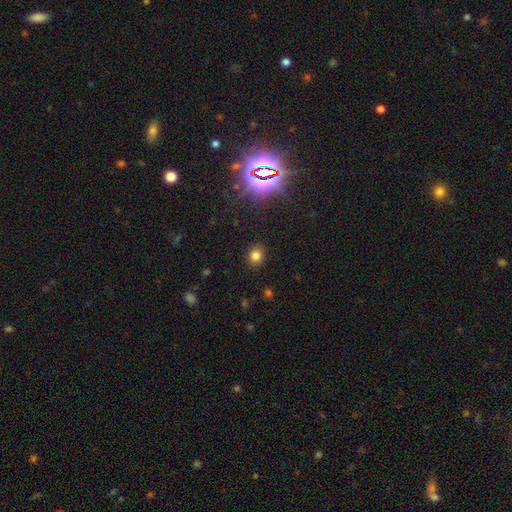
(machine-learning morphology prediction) This appears to be a smooth galaxy with no disk features (78%) that is round (69%). Merging: none (88%).